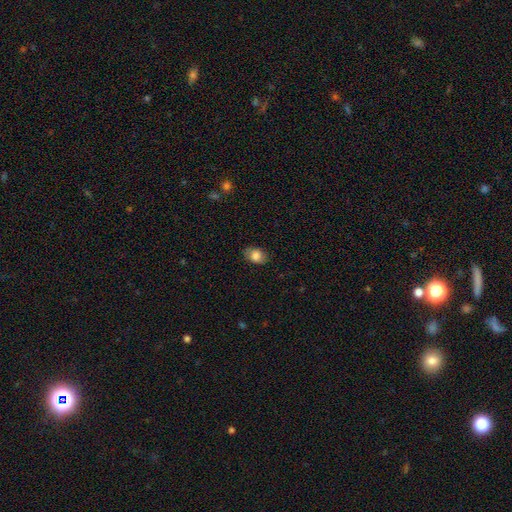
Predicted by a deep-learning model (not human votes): Smooth or featured?
  - smooth: 82% *
  - featured or disk: 10%
  - star or artifact: 8%
How rounded?
  - in between: 77% *
  - round: 22%
  - cigar-shaped: 1%
Merging?
  - none: 82% *
  - minor disturbance: 14%
  - major disturbance: 3%
  - merger: 1%